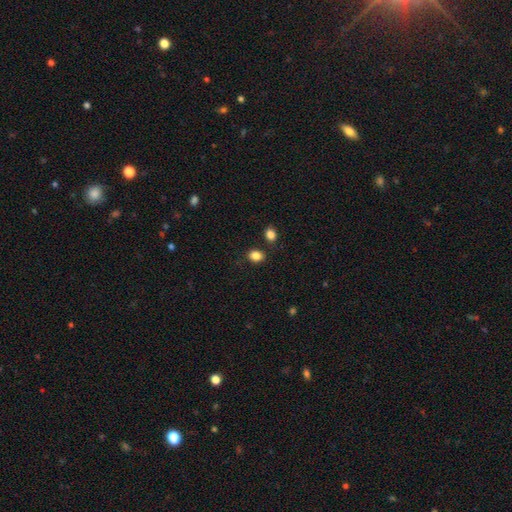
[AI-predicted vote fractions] Smooth or featured: smooth — 85% (star or artifact — 11%)
How rounded: in between — 59% (round — 40%)
Merging: none — 80% (minor disturbance — 10%)